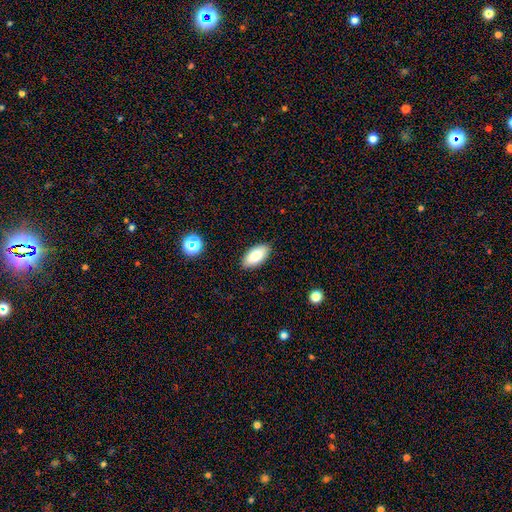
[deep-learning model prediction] Smooth or featured?
  - smooth: 83% *
  - featured or disk: 9%
  - star or artifact: 7%
How rounded?
  - in between: 93% *
  - cigar-shaped: 5%
  - round: 2%
Merging?
  - none: 89% *
  - minor disturbance: 8%
  - major disturbance: 2%
  - merger: 1%